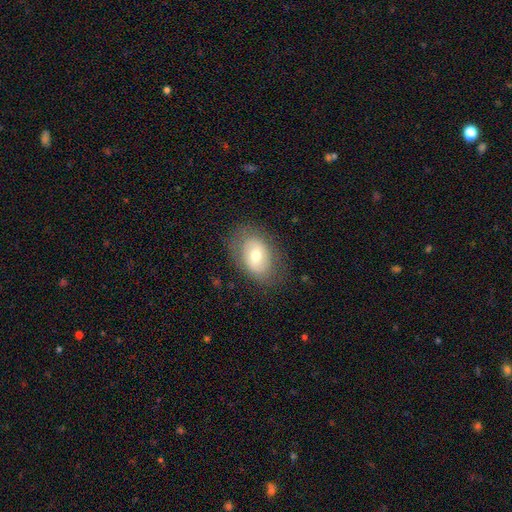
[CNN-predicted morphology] smooth 59%, featured or disk 33%, star or artifact 8%. Down the decision tree: how rounded — in between (81%); merging — none (76%).